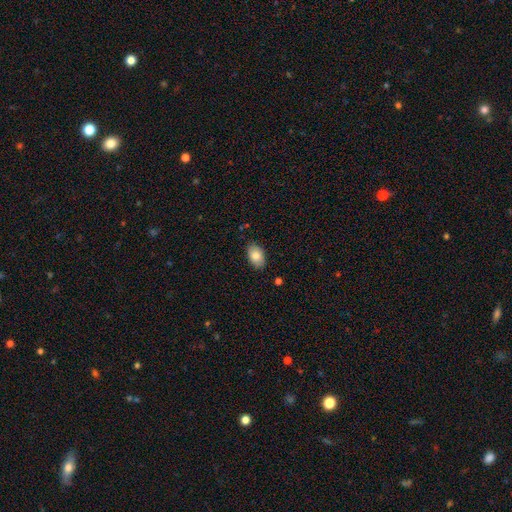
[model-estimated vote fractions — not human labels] smooth 83%, featured or disk 10%, star or artifact 7%. Down the decision tree: how rounded — in between (89%); merging — none (83%).